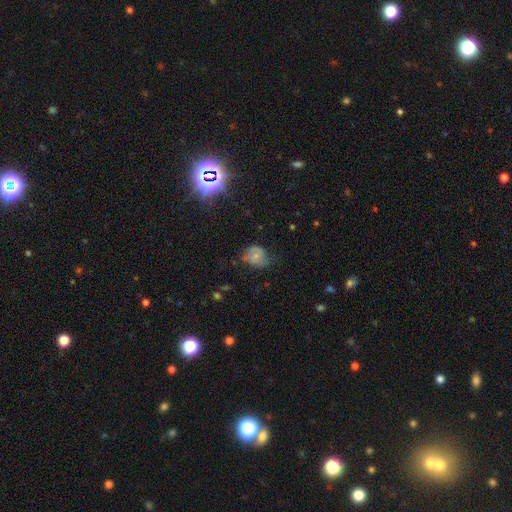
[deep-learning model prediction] Smooth or featured? Predicted: smooth (p=0.54). How rounded? Predicted: round (p=0.57). Merging? Predicted: none (p=0.48).